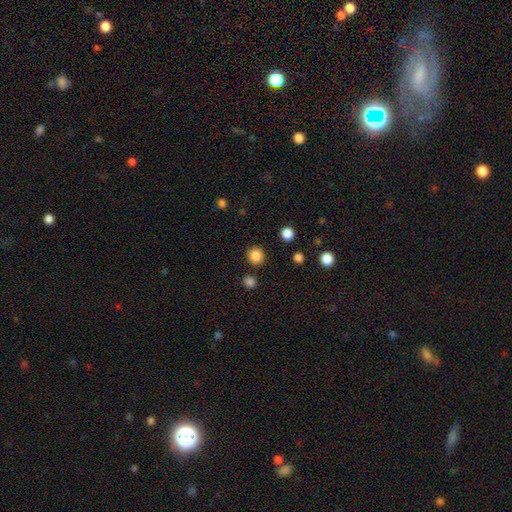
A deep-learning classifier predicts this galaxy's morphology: Smooth or featured: smooth — 85% (star or artifact — 11%)
How rounded: round — 91% (in between — 8%)
Merging: none — 89% (minor disturbance — 6%)